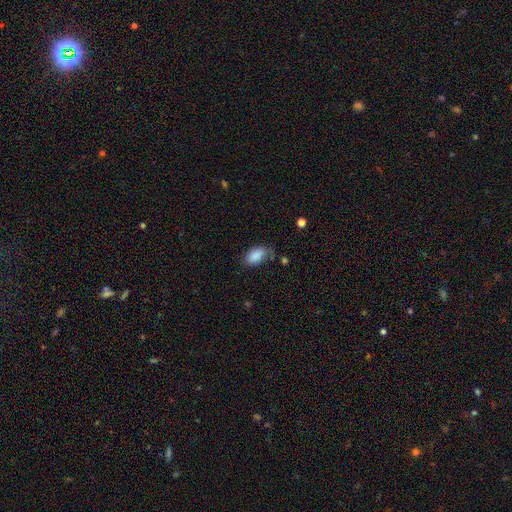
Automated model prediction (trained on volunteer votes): smooth-or-featured: smooth: 86% | star or artifact: 7% | featured or disk: 6%
  how-rounded: in between: 93% | round: 6% | cigar-shaped: 2%
  merging: none: 58% | minor disturbance: 29% | major disturbance: 9% | merger: 4%